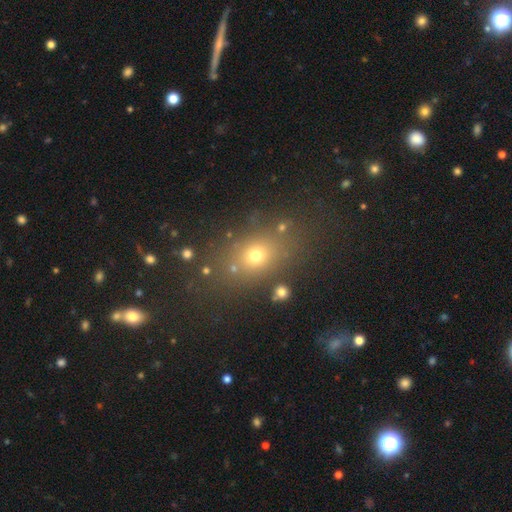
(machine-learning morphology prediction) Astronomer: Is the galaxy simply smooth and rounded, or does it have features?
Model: smooth — 67%.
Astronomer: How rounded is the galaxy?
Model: in between — 56% (runner-up: round, 40%).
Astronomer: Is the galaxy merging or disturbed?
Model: none — 76%.